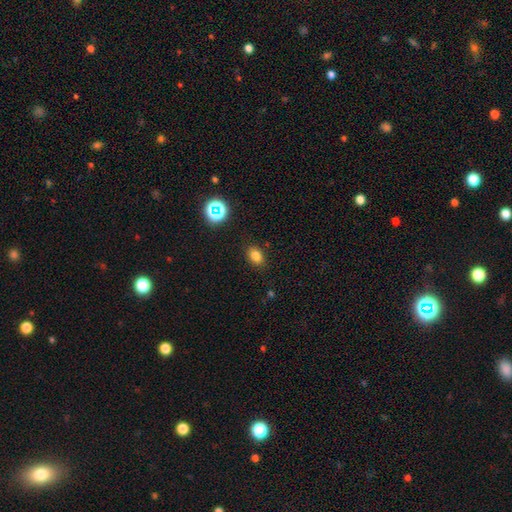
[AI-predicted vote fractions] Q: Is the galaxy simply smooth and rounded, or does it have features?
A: smooth — 80%.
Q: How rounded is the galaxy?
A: in between — 76%.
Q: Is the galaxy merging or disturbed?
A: none — 87%.